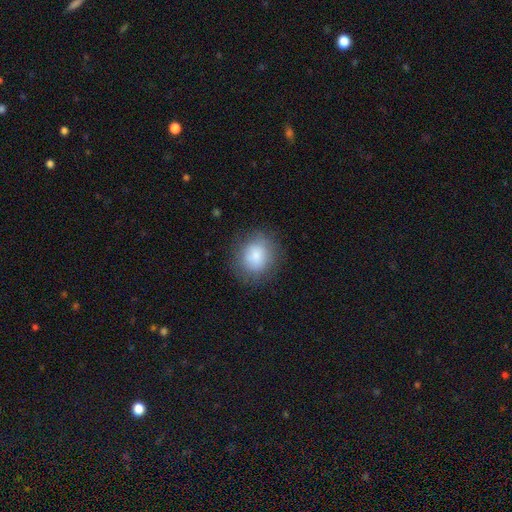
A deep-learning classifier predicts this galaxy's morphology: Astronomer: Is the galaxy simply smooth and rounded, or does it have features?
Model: smooth — 82%.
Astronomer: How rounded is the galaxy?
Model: round — 78%.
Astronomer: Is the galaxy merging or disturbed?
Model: none — 79%.